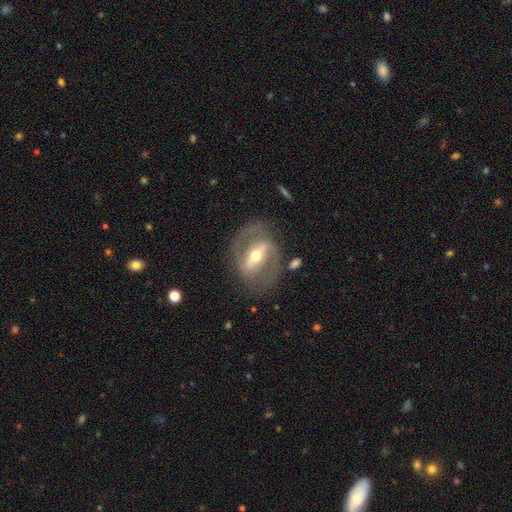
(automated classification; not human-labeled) The model was most divided on "spiral winding": medium: 49%, tight: 27%, loose: 24%. More confident: edge-on disk — no (92%); spiral arm count — 2 (84%); smooth or featured — featured or disk (82%); merging — none (74%); spiral arms — yes (72%); bulge size — moderate (71%); bar — strong (66%).